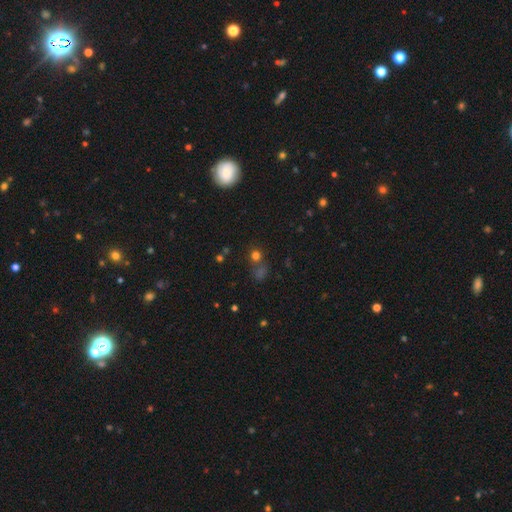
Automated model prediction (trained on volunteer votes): Morphology: type=smooth (65%); roundness=round (87%); merging=none (62%).